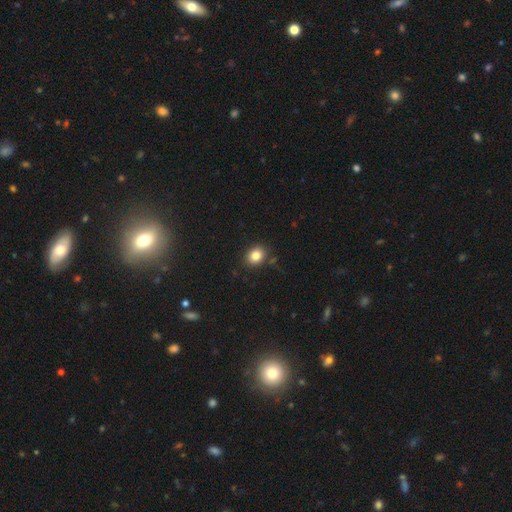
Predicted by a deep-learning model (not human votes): Overall: smooth (83%). How rounded: round (50%; in between 49%). Merging: none (85%).